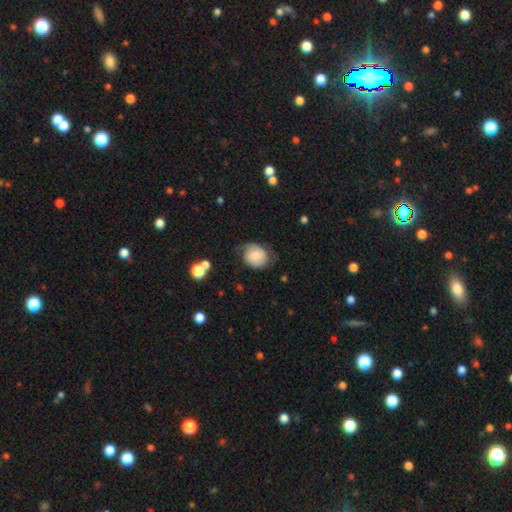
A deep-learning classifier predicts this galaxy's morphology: A smooth galaxy with no disk features (57%) that is round (57%).

Vote fractions:
- Smooth or featured? smooth: 57% / featured or disk: 35% / star or artifact: 8%
- How rounded? round: 57% / in between: 42% / cigar-shaped: 1%
- Merging? none: 57% / minor disturbance: 28% / major disturbance: 13% / merger: 2%